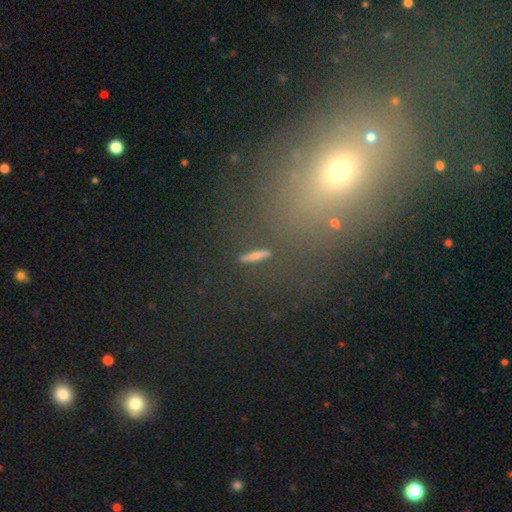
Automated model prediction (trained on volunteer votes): Overall: star or artifact (42%; smooth 41%).